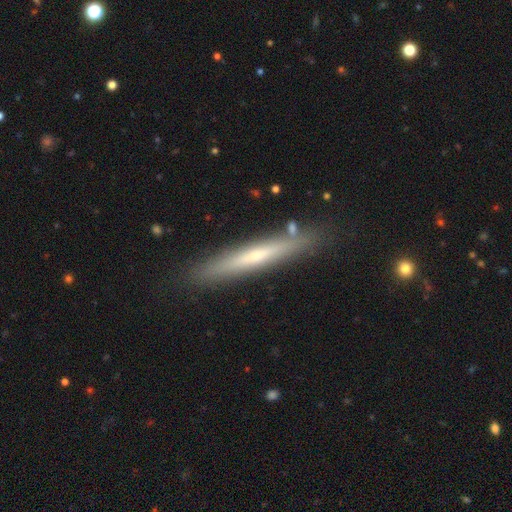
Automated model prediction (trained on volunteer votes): smooth-or-featured: featured or disk: 53% | smooth: 40% | star or artifact: 7%
  disk-edge-on: yes: 92% | no: 8%
  merging: none: 86% | minor disturbance: 9% | merger: 3% | major disturbance: 2%